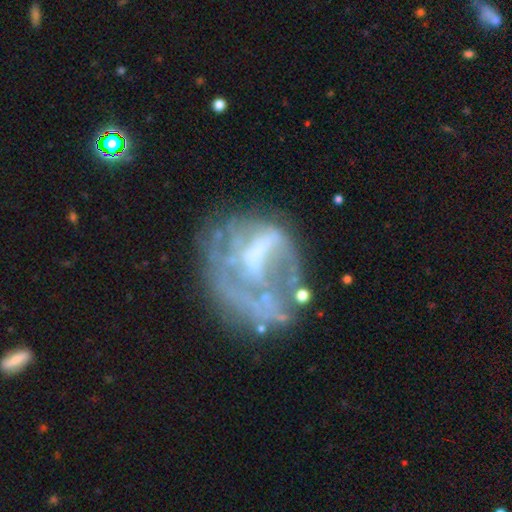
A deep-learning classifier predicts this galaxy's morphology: Smooth or featured: featured or disk — 68% (smooth — 20%)
Edge-on disk: no — 97% (yes — 3%)
Bar: no — 54% (weak — 30%)
Spiral arms: no — 69% (yes — 31%)
Bulge size: none — 49% (moderate — 23%)
Merging: none — 38% (major disturbance — 36%)